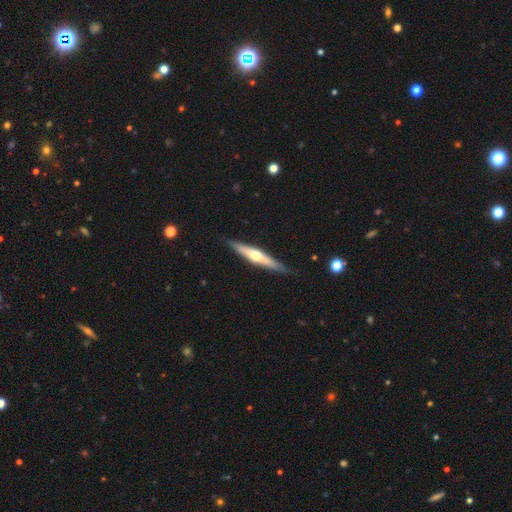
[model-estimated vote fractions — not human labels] Morphology: type=featured or disk (60%); edge-on=yes (94%); edge-on bulge=rounded (89%); merging=none (86%).